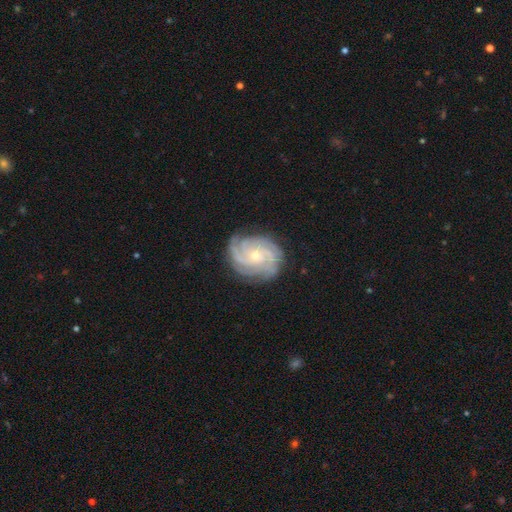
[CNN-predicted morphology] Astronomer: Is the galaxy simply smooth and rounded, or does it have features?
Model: featured or disk — 89%.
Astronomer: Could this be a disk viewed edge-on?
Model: no — 98%.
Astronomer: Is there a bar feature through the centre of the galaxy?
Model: no — 74%.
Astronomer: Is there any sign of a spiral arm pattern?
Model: yes — 98%.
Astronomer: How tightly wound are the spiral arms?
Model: tight — 69%.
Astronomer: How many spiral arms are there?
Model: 4 — 28% (runner-up: 3, 26%).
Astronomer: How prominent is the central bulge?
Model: small — 65%.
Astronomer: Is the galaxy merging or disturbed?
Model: none — 80%.